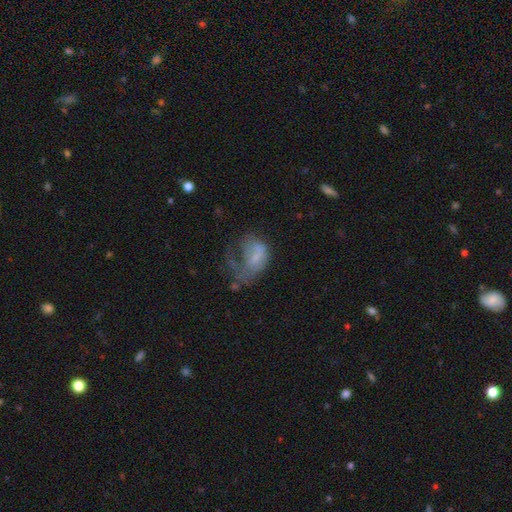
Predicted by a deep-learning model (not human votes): This is possibly a smooth galaxy (46%). Merging: possibly major disturbance (60%).